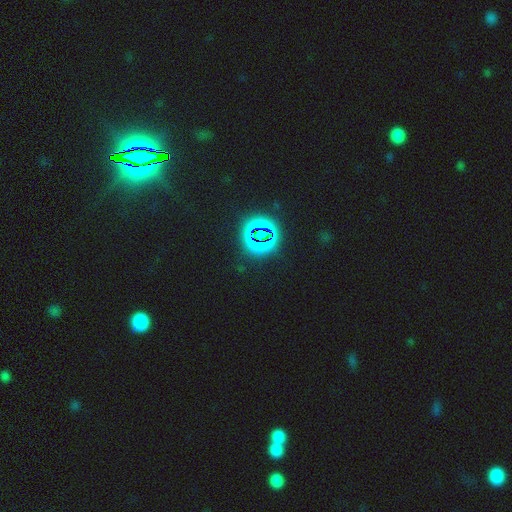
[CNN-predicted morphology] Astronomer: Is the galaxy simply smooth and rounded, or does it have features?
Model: star or artifact — 80%.